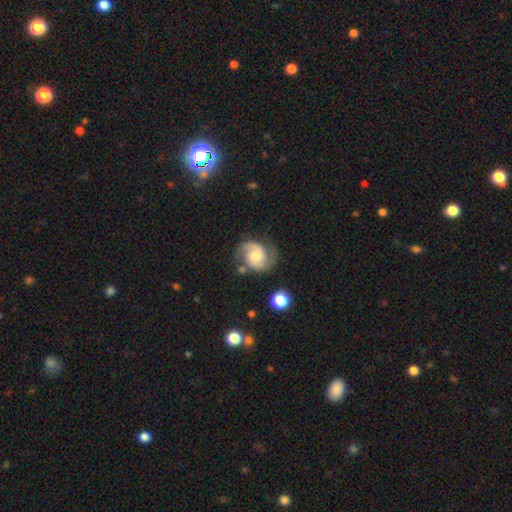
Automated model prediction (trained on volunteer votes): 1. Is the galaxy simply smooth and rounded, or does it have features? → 85% featured or disk, 9% smooth, 6% star or artifact.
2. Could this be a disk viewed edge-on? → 98% no, 2% yes.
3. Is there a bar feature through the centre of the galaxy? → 47% no, 43% weak, 10% strong.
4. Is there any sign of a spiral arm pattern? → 97% yes, 3% no.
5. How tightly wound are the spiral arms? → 56% medium, 26% tight, 18% loose.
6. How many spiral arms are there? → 91% 2, 3% can't tell, 3% 1, 1% 3, 1% 4, 1% more than 4.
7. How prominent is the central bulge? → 55% moderate, 28% small, 10% large, 6% none, 2% dominant.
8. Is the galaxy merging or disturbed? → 73% none, 16% minor disturbance, 7% major disturbance, 4% merger.